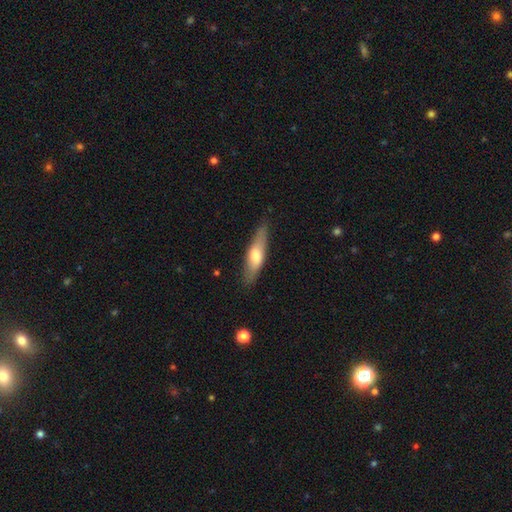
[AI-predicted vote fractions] Overall: smooth (60%; featured or disk 34%). How rounded: cigar-shaped (64%; in between 34%). Merging: none (83%).